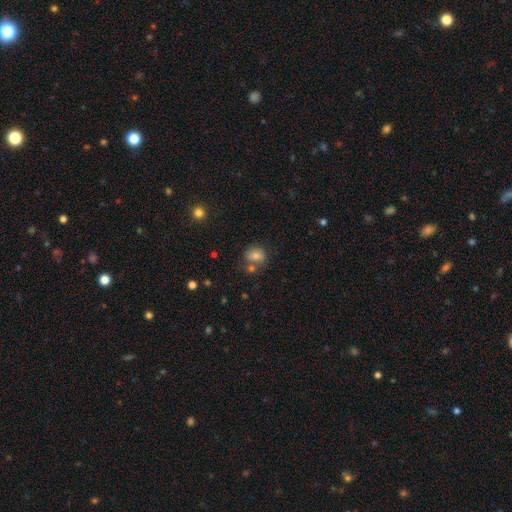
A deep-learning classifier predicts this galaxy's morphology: A smooth galaxy with no disk features (75%) that is round (65%).

Vote fractions:
- Smooth or featured? smooth: 75% / star or artifact: 12% / featured or disk: 12%
- How rounded? round: 65% / in between: 34% / cigar-shaped: 1%
- Merging? none: 59% / merger: 19% / minor disturbance: 16% / major disturbance: 6%